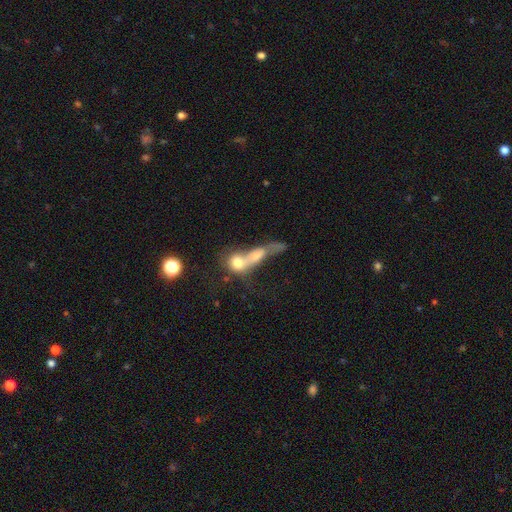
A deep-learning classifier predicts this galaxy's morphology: type=smooth (57%); roundness=in between (42%); merging=merger (71%).